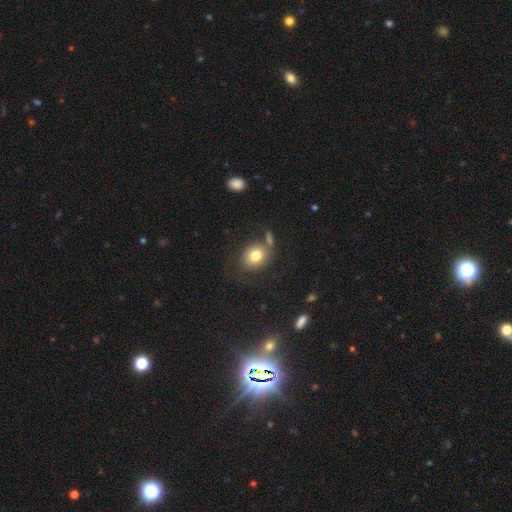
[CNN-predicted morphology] type=smooth (78%); roundness=round (63%); merging=none (64%).